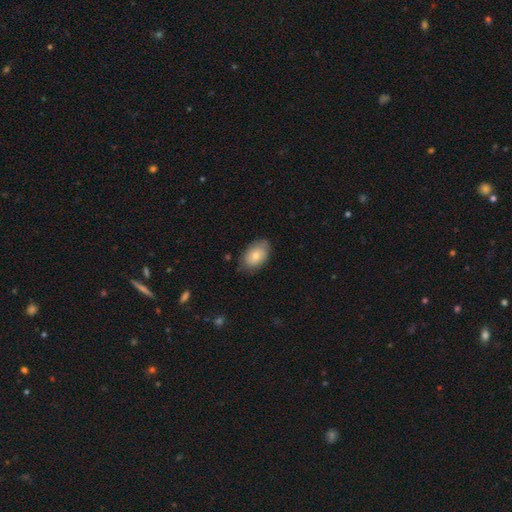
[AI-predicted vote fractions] A smooth galaxy with no disk features (73%) that is in between round and cigar-shaped (88%).

Vote fractions:
- Smooth or featured? smooth: 73% / featured or disk: 20% / star or artifact: 7%
- How rounded? in between: 88% / round: 11% / cigar-shaped: 1%
- Merging? none: 76% / minor disturbance: 19% / major disturbance: 4% / merger: 1%